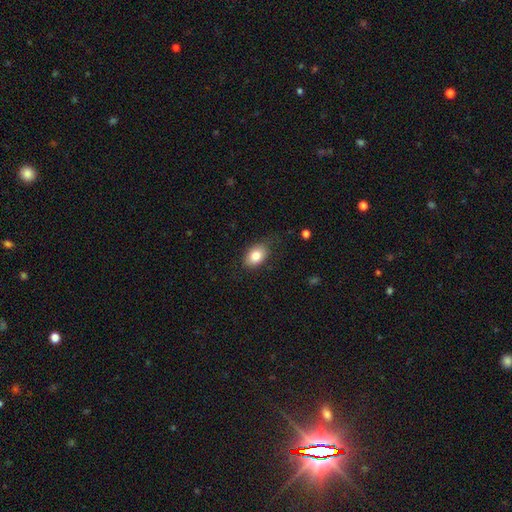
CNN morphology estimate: Q: Smooth or featured?
A: smooth (81%); runner-up: featured or disk (11%)
Q: How rounded?
A: in between (84%); runner-up: round (14%)
Q: Merging?
A: none (76%); runner-up: minor disturbance (19%)